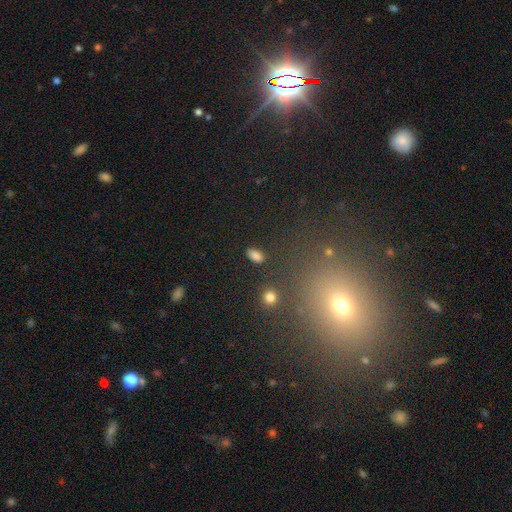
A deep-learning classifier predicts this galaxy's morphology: Smooth or featured: smooth — 83% (star or artifact — 12%)
How rounded: in between — 91% (round — 6%)
Merging: none — 86% (minor disturbance — 10%)